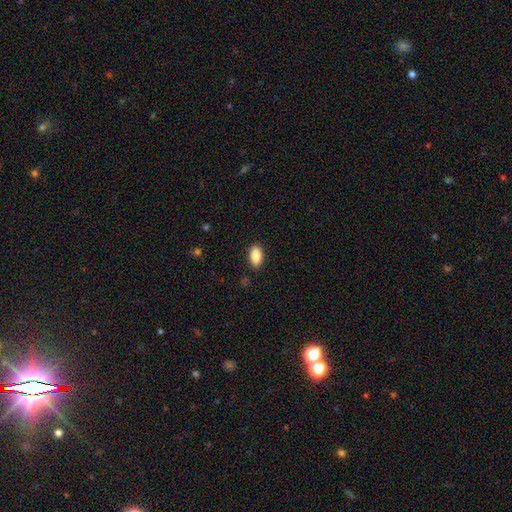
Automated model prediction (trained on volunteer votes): smooth_or_featured: smooth (p=0.87) [alt: star or artifact p=0.07]
how_rounded: in between (p=0.92) [alt: cigar-shaped p=0.05]
merging: none (p=0.88) [alt: minor disturbance p=0.09]